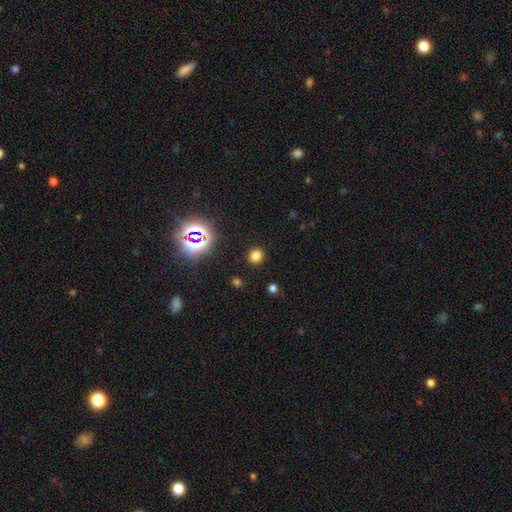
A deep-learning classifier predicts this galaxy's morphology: smooth-or-featured: smooth: 74% | star or artifact: 21% | featured or disk: 5%
  how-rounded: round: 76% | in between: 23% | cigar-shaped: 1%
  merging: none: 89% | minor disturbance: 6% | major disturbance: 3% | merger: 2%